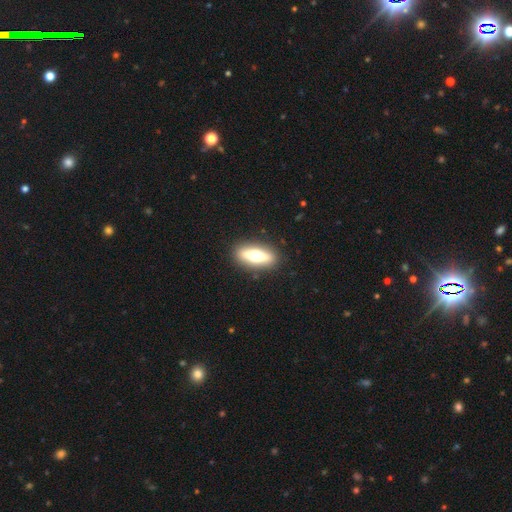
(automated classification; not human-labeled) A smooth galaxy with no disk features (46%, tied with featured or disk).

Vote fractions:
- Smooth or featured? smooth: 46% (tied) / featured or disk: 46% (tied) / star or artifact: 8%
- Merging? none: 88% / minor disturbance: 8% / major disturbance: 3% / merger: 1%